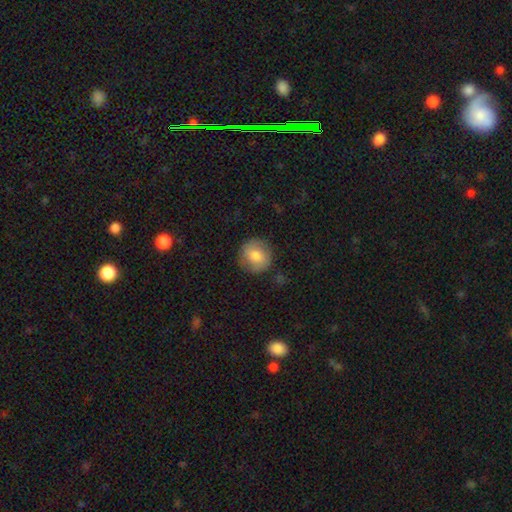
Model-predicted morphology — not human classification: A smooth galaxy with no disk features (72%) that is round (92%).

Vote fractions:
- Smooth or featured? smooth: 72% / featured or disk: 21% / star or artifact: 7%
- How rounded? round: 92% / in between: 7% / cigar-shaped: 1%
- Merging? none: 86% / minor disturbance: 10% / major disturbance: 3% / merger: 1%